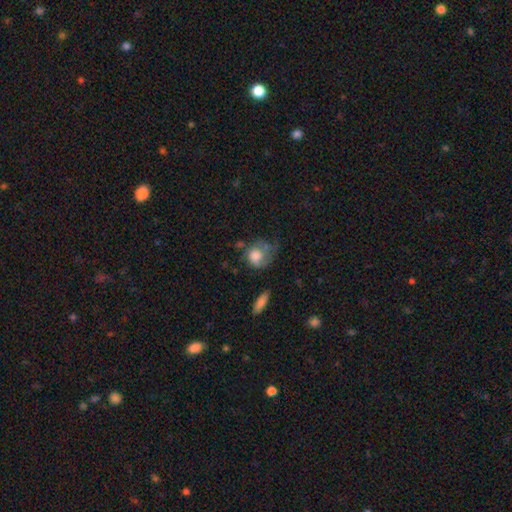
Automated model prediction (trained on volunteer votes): A smooth galaxy with no disk features (66%) that is round (63%).

Vote fractions:
- Smooth or featured? smooth: 66% / featured or disk: 26% / star or artifact: 8%
- How rounded? round: 63% / in between: 35% / cigar-shaped: 1%
- Merging? major disturbance: 35% / none: 31% / minor disturbance: 30% / merger: 5%